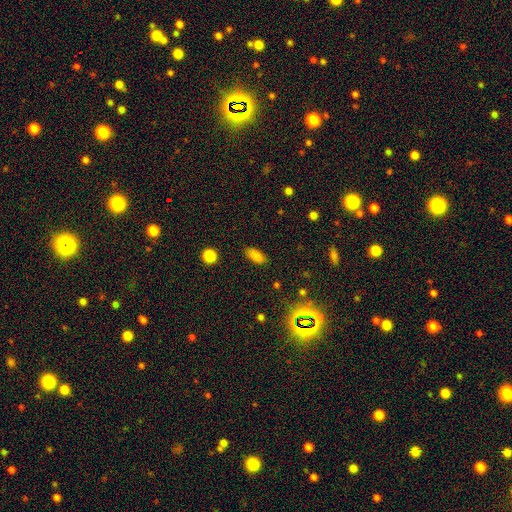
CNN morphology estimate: smooth-or-featured: smooth: 82% | star or artifact: 13% | featured or disk: 4%
  how-rounded: in between: 86% | cigar-shaped: 11% | round: 4%
  merging: none: 87% | minor disturbance: 9% | major disturbance: 3% | merger: 1%